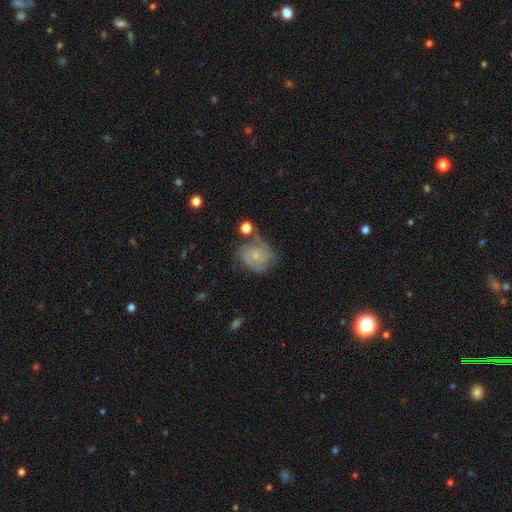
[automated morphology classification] smooth-or-featured: featured or disk: 70% | smooth: 22% | star or artifact: 8%
  disk-edge-on: no: 98% | yes: 2%
    bar: no: 69% | weak: 27% | strong: 4%
    has-spiral-arms: yes: 90% | no: 10%
      spiral-winding: tight: 51% | medium: 38% | loose: 11%
      spiral-arm-count: 2: 51% | can't tell: 23% | 3: 16% | 1: 4% | 4: 3% | more than 4: 3%
    bulge-size: small: 61% | moderate: 27% | none: 9% | large: 2% | dominant: 1%
  merging: none: 57% | minor disturbance: 24% | major disturbance: 12% | merger: 8%